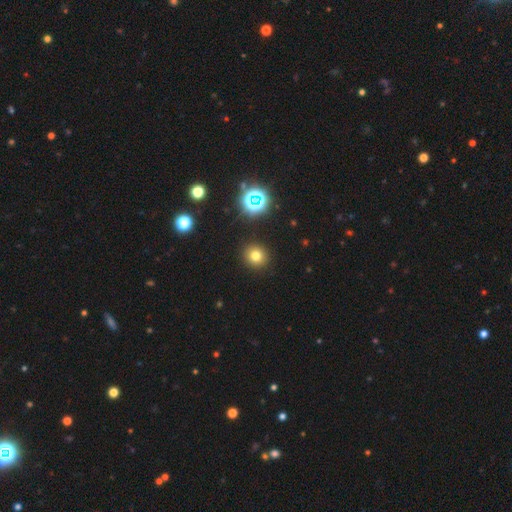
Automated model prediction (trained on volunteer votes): Smooth or featured: smooth — 73% (star or artifact — 19%)
How rounded: round — 89% (in between — 10%)
Merging: none — 91% (minor disturbance — 5%)